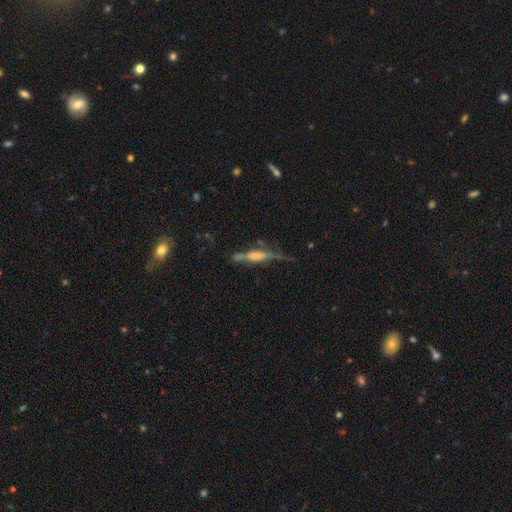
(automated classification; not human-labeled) A featured or disk galaxy (68%) viewed edge-on (91%) with a boxy central bulge (46%). Merging: none (59%).